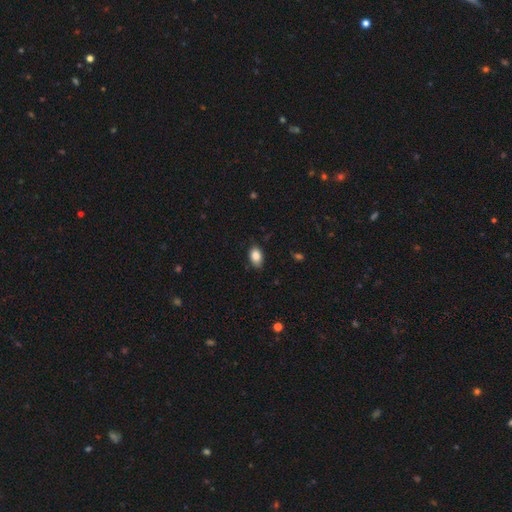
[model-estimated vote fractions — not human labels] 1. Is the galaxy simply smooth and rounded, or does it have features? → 86% smooth, 8% star or artifact, 6% featured or disk.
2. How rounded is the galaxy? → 88% in between, 10% round, 1% cigar-shaped.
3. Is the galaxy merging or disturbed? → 80% none, 16% minor disturbance, 3% major disturbance, 1% merger.